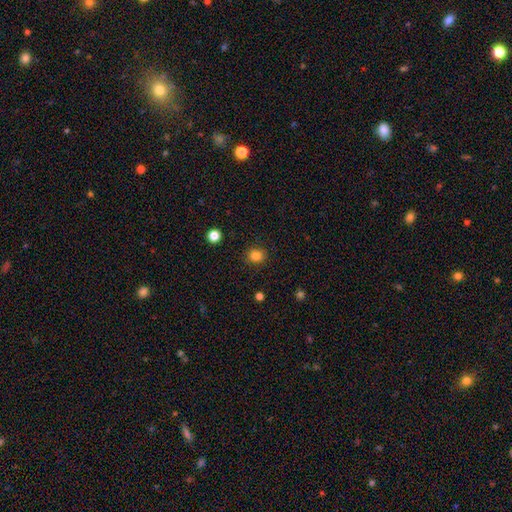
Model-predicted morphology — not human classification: This is clearly a smooth galaxy (84%). How rounded: likely round (75%). Merging: clearly none (88%).